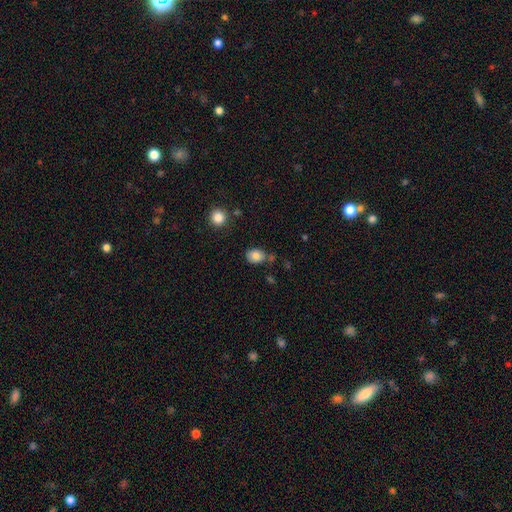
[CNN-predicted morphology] This appears to be a smooth galaxy with no disk features (83%) that is in between round and cigar-shaped (53%). Merging: none (70%).